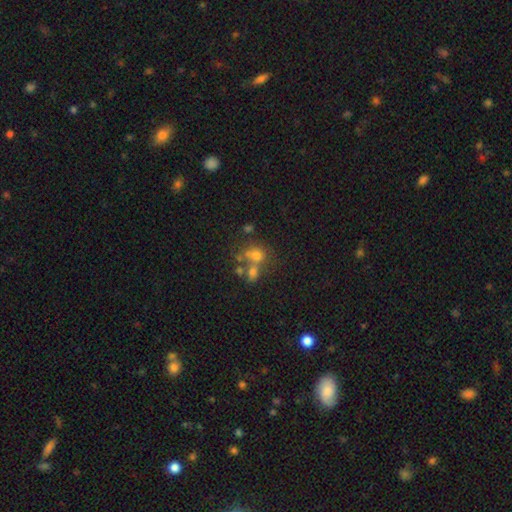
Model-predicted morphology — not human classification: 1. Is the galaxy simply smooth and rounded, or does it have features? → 61% smooth, 20% featured or disk, 19% star or artifact.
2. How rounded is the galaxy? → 68% round, 31% in between, 1% cigar-shaped.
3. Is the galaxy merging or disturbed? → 46% merger, 37% none, 10% minor disturbance, 7% major disturbance.